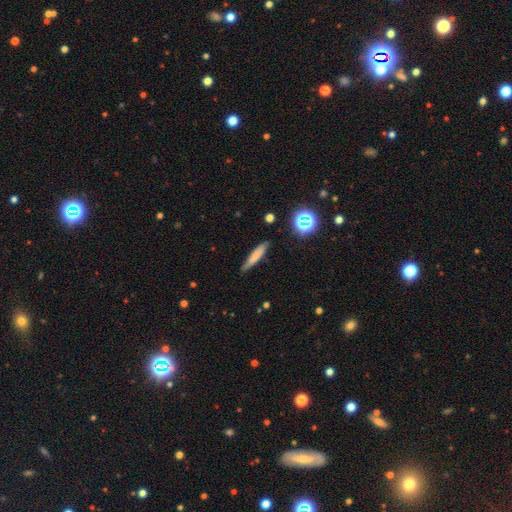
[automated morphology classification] This is likely a smooth galaxy (69%). How rounded: clearly cigar-shaped (87%). Merging: likely none (79%).